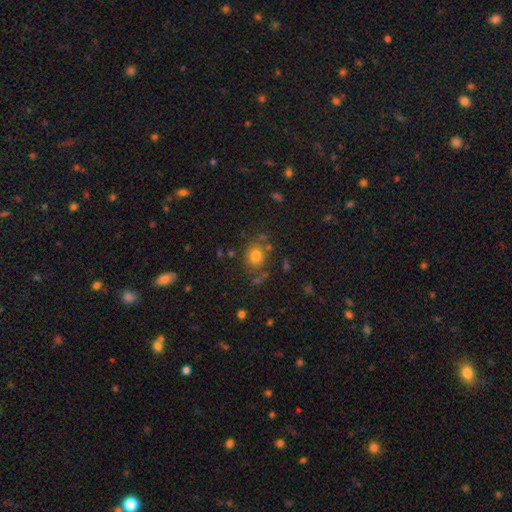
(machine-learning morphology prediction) This appears to be a smooth galaxy with no disk features (78%) that is round (74%). Merging: none (73%).